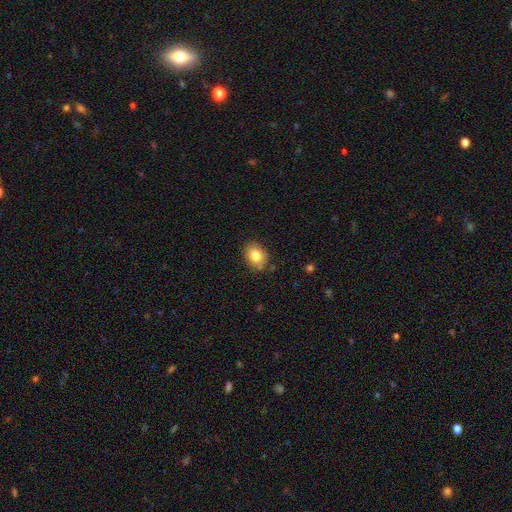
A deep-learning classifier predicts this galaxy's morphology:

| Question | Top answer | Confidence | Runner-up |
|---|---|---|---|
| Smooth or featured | smooth | 82% | star or artifact (9%) |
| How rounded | in between | 54% | round (45%) |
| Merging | none | 82% | minor disturbance (13%) |